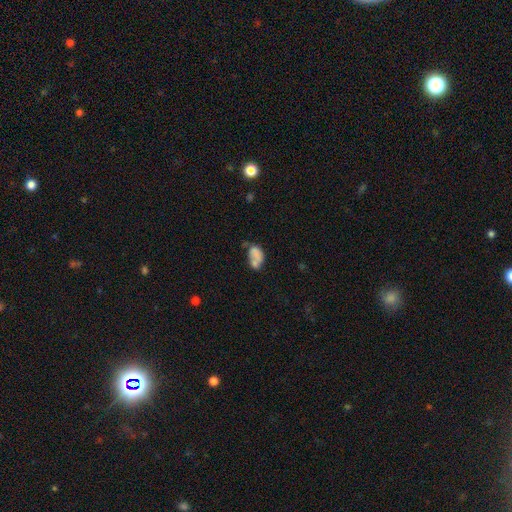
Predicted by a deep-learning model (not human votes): This is likely a smooth galaxy (67%). How rounded: clearly in between (84%). Merging: marginally merger (41%).